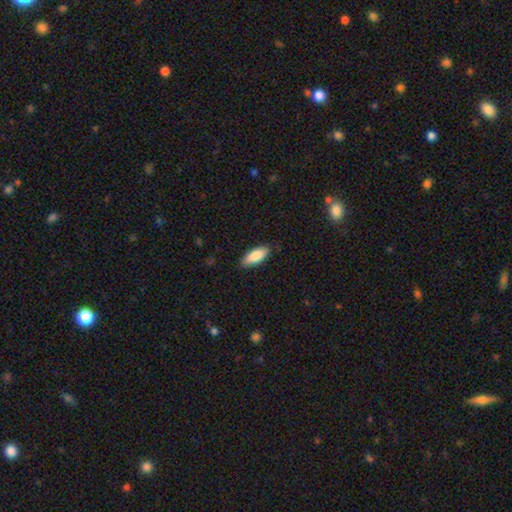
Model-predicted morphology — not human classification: This appears to be a smooth galaxy with no disk features (87%) that is in between round and cigar-shaped (80%). Merging: none (84%).